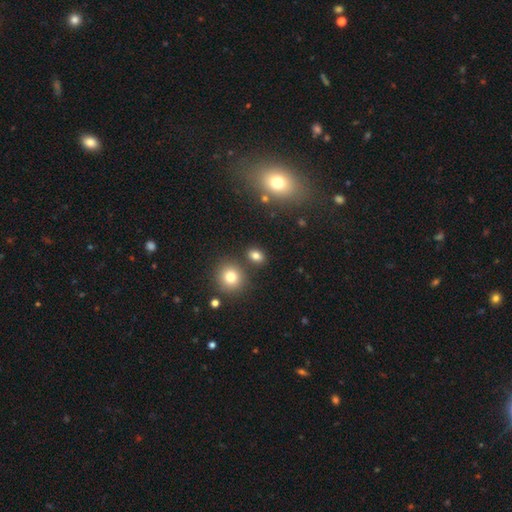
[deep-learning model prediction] A smooth galaxy with no disk features (79%) that is in between round and cigar-shaped (65%).

Vote fractions:
- Smooth or featured? smooth: 79% / star or artifact: 14% / featured or disk: 7%
- How rounded? in between: 65% / round: 33% / cigar-shaped: 2%
- Merging? none: 80% / minor disturbance: 9% / merger: 8% / major disturbance: 3%